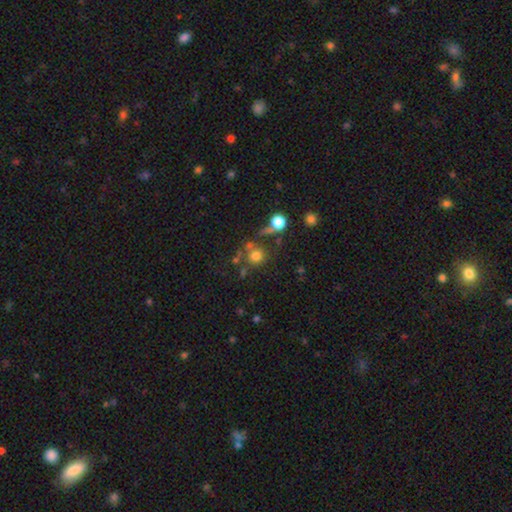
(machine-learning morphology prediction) This appears to be a smooth galaxy with no disk features (71%) that is round (89%). Merging: none (59%).